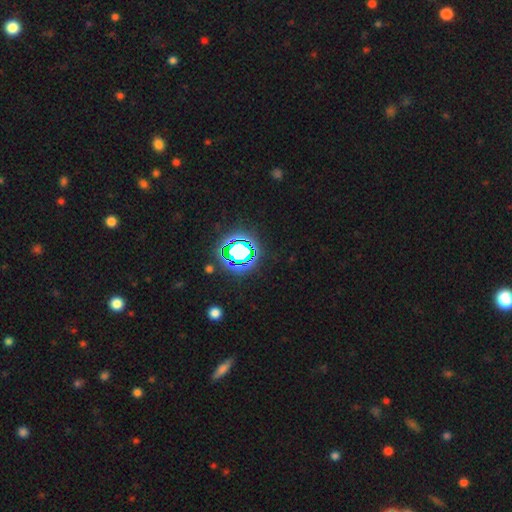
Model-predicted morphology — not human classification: Smooth or featured?
  - star or artifact: 80% *
  - smooth: 13%
  - featured or disk: 7%